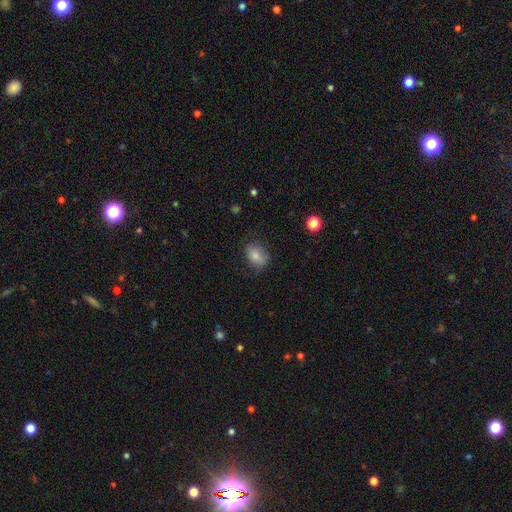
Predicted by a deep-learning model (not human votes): The model was most divided on "how rounded": in between: 75%, round: 24%, cigar-shaped: 1%. More confident: smooth or featured — smooth (83%); merging — none (72%).